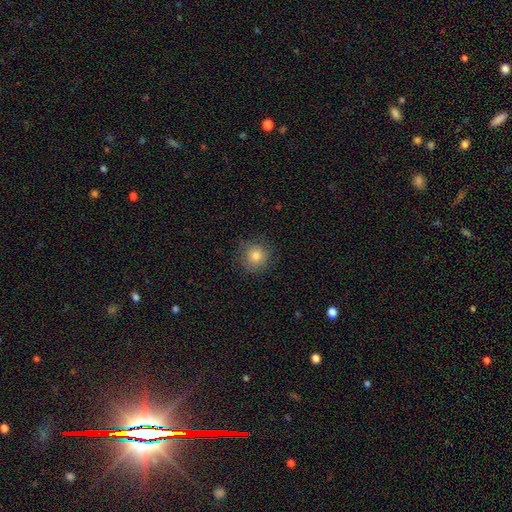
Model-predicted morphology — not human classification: Smooth or featured: smooth — 79% (star or artifact — 11%)
How rounded: round — 93% (in between — 6%)
Merging: none — 84% (minor disturbance — 12%)